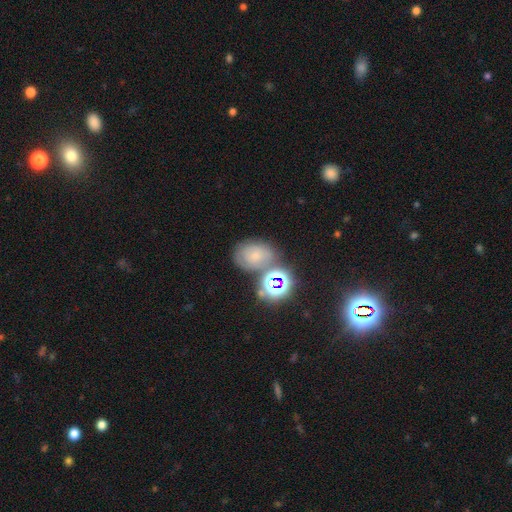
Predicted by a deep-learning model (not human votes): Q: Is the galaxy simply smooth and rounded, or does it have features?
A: smooth — 43%.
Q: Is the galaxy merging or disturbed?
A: none — 56%.